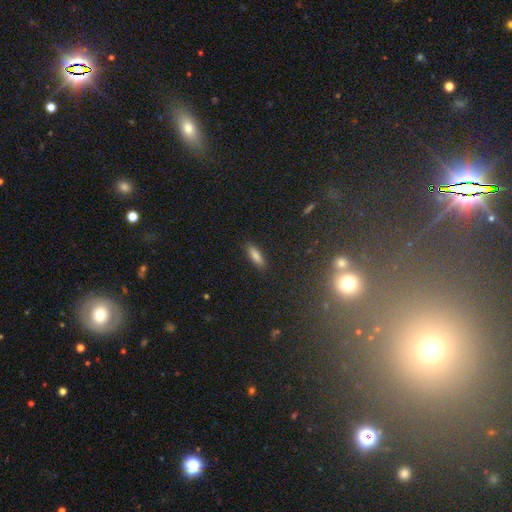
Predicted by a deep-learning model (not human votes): Smooth or featured?
  - smooth: 82% *
  - star or artifact: 9%
  - featured or disk: 9%
How rounded?
  - in between: 55% *
  - cigar-shaped: 43%
  - round: 2%
Merging?
  - none: 88% *
  - minor disturbance: 9%
  - major disturbance: 2%
  - merger: 1%